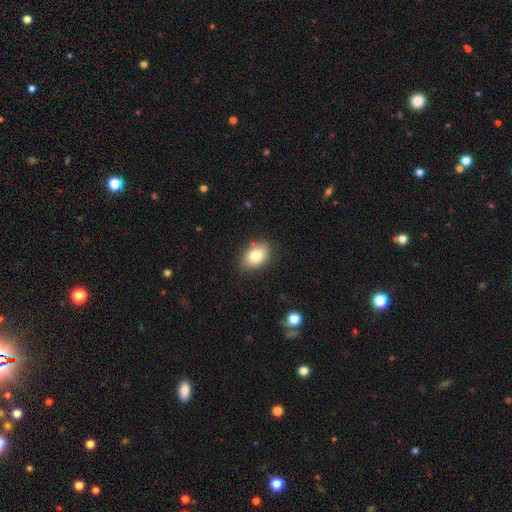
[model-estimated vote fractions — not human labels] Smooth or featured?
  - smooth: 81% *
  - featured or disk: 11%
  - star or artifact: 9%
How rounded?
  - in between: 81% *
  - round: 18%
  - cigar-shaped: 1%
Merging?
  - none: 84% *
  - minor disturbance: 12%
  - major disturbance: 3%
  - merger: 1%